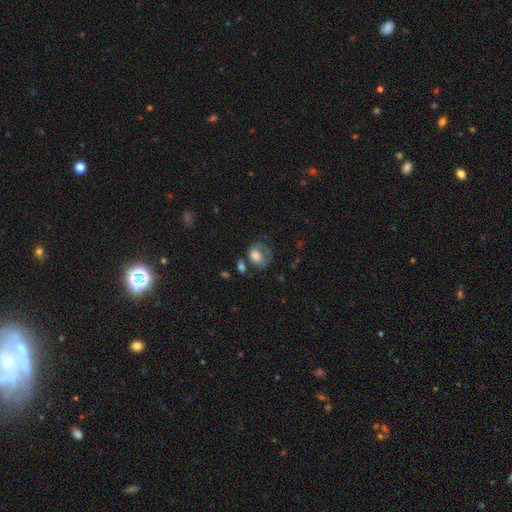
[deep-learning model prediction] Smooth or featured: smooth — 68% (featured or disk — 24%)
How rounded: in between — 55% (round — 44%)
Merging: none — 35% (major disturbance — 29%)